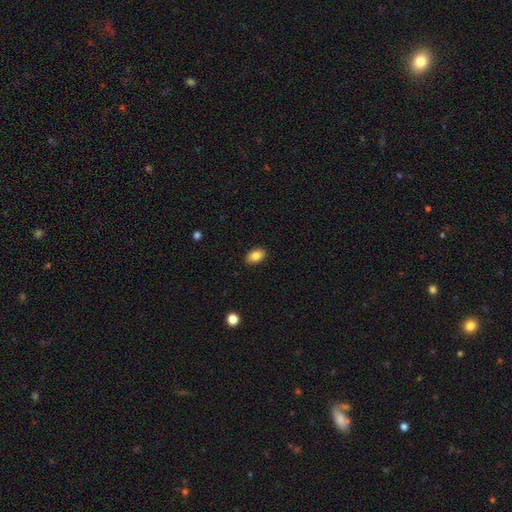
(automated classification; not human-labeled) Smooth or featured? smooth (85%)
How rounded? in between (87%)
Merging? none (89%)